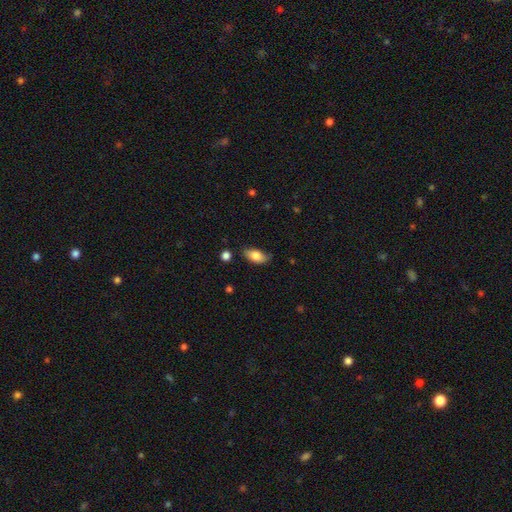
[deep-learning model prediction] smooth 78%, featured or disk 15%, star or artifact 7%. Down the decision tree: how rounded — in between (90%); merging — none (65%).